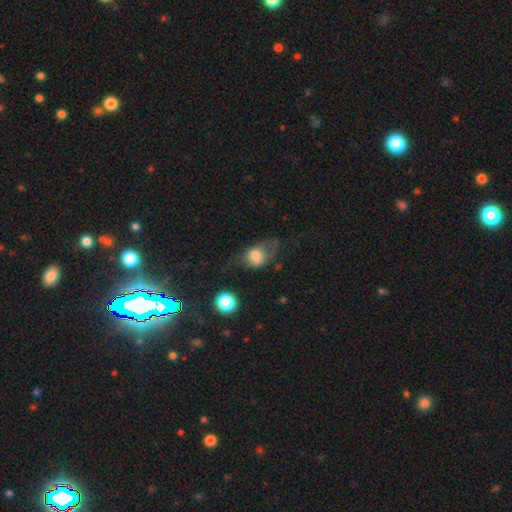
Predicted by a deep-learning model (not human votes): This appears to be a smooth galaxy with no disk features (66%) that is in between round and cigar-shaped (64%). Merging: major disturbance (34%).